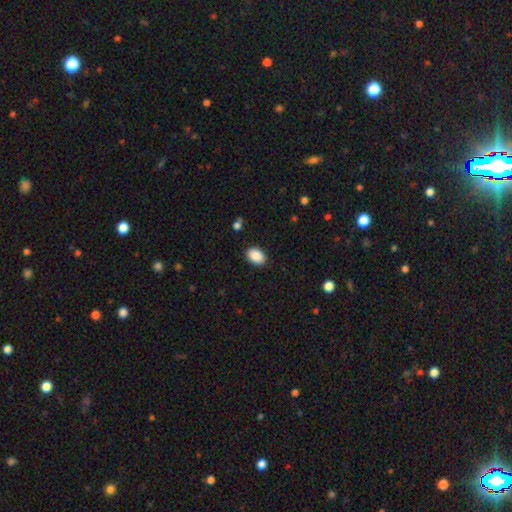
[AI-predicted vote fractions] The model was most divided on "how rounded": in between: 82%, round: 17%, cigar-shaped: 1%. More confident: smooth or featured — smooth (89%); merging — none (89%).